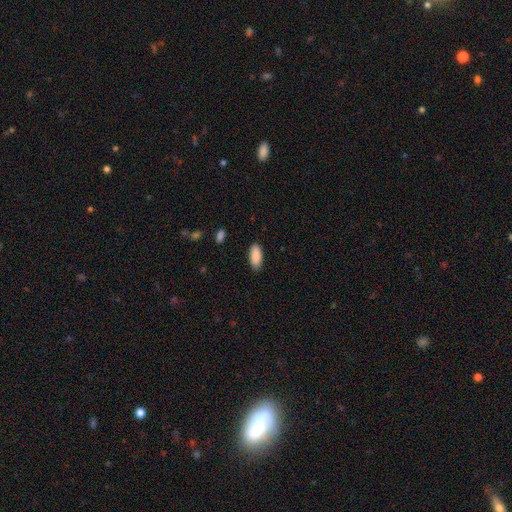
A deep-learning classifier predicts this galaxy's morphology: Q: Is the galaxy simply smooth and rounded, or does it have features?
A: smooth — 90%.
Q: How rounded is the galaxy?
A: in between — 88%.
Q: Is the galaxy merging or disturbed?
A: none — 88%.